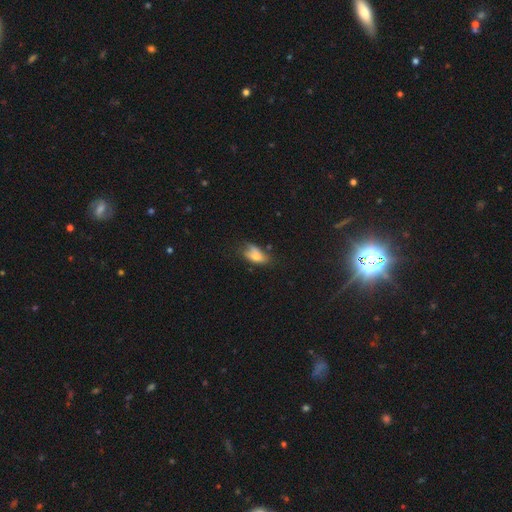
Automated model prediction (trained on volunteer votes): A smooth galaxy with no disk features (67%) that is in between round and cigar-shaped (87%).

Vote fractions:
- Smooth or featured? smooth: 67% / featured or disk: 23% / star or artifact: 10%
- How rounded? in between: 87% / cigar-shaped: 7% / round: 6%
- Merging? none: 41% / minor disturbance: 35% / major disturbance: 19% / merger: 5%